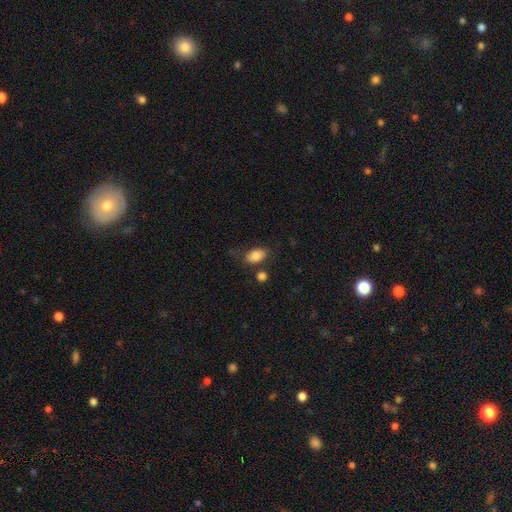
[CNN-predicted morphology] This appears to be a smooth galaxy with no disk features (83%) that is in between round and cigar-shaped (88%). Merging: none (69%).